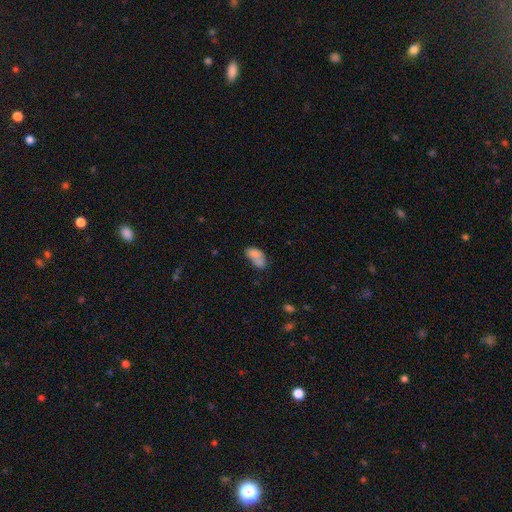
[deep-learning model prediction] This appears to be a smooth galaxy with no disk features (74%) that is in between round and cigar-shaped (88%). Merging: merger (45%).